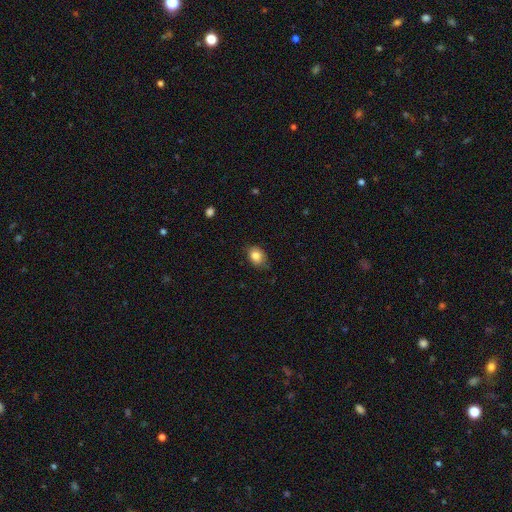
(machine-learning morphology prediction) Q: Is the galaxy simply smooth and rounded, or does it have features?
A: smooth — 84%.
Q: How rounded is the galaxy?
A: in between — 66%.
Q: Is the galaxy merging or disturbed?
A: none — 70%.